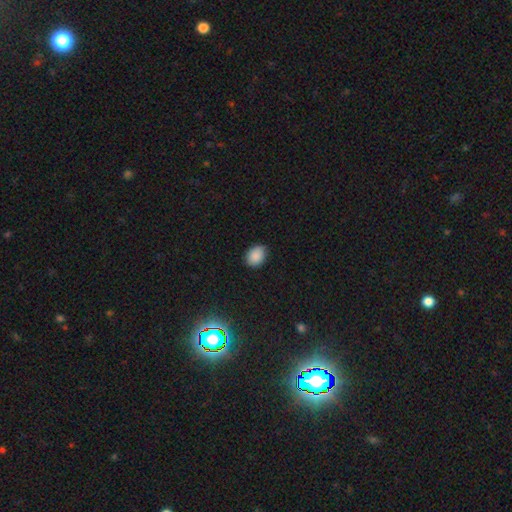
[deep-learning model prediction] The model was most divided on "how rounded": in between: 70%, round: 29%, cigar-shaped: 1%. More confident: smooth or featured — smooth (87%); merging — none (83%).